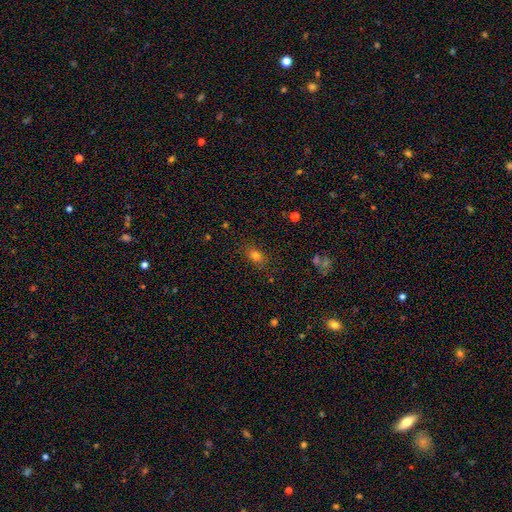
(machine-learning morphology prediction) A smooth galaxy with no disk features (78%) that is in between round and cigar-shaped (66%). Merging: none (84%).